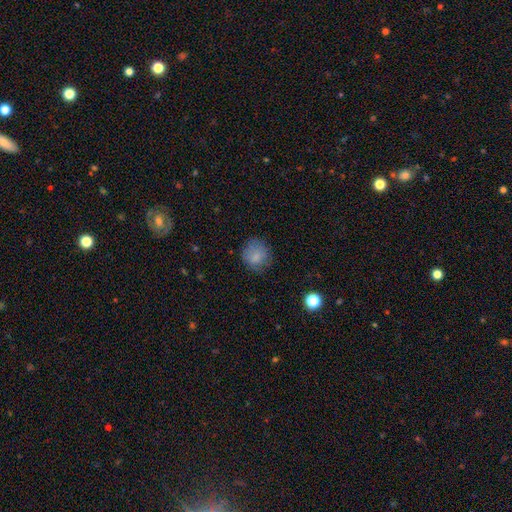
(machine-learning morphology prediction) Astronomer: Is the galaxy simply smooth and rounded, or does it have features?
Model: smooth — 81%.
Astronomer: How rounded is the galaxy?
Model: round — 84%.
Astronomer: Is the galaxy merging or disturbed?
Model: none — 74%.